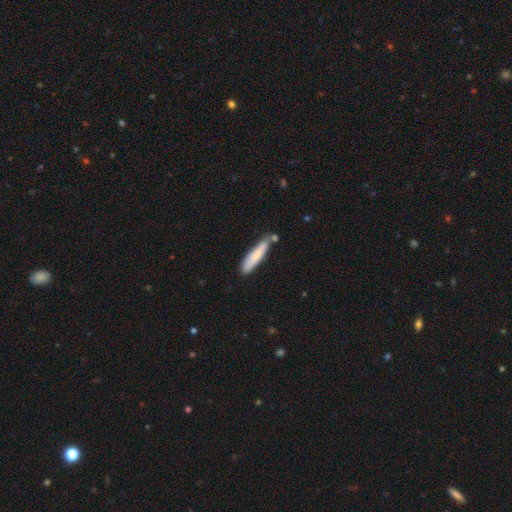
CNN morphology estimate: Smooth or featured? Predicted: smooth (p=0.75). How rounded? Predicted: cigar-shaped (p=0.85). Merging? Predicted: none (p=0.68).